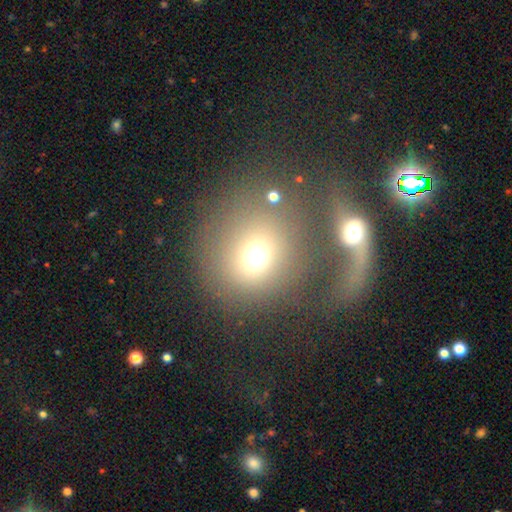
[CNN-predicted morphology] Smooth or featured?
  - smooth: 69% *
  - star or artifact: 21%
  - featured or disk: 10%
How rounded?
  - round: 83% *
  - in between: 16%
  - cigar-shaped: 1%
Merging?
  - none: 62% *
  - merger: 19%
  - minor disturbance: 10%
  - major disturbance: 8%